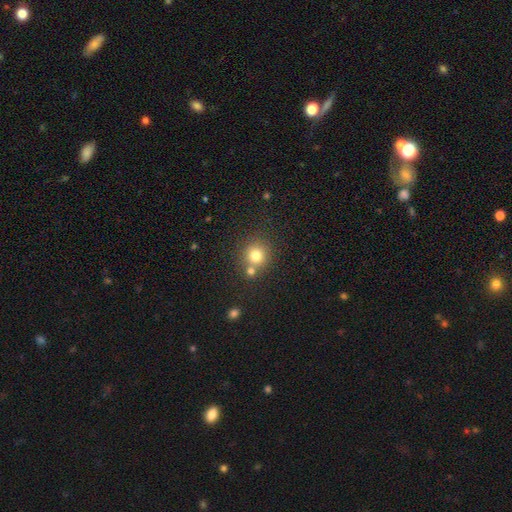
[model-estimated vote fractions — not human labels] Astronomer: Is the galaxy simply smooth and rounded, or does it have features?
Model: smooth — 77%.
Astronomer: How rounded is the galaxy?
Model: round — 90%.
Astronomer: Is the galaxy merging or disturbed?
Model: none — 69%.